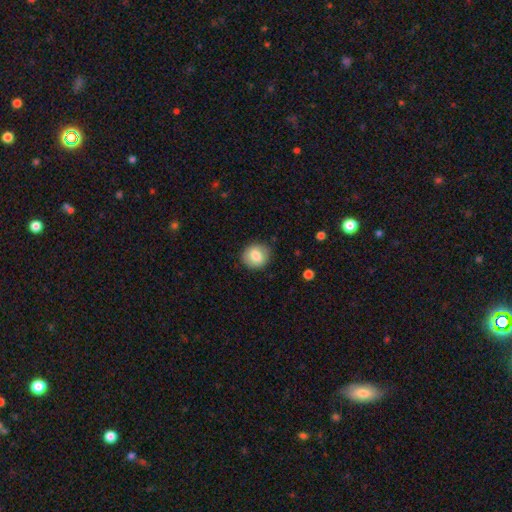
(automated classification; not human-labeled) Smooth or featured? smooth (81%)
How rounded? round (78%)
Merging? none (82%)